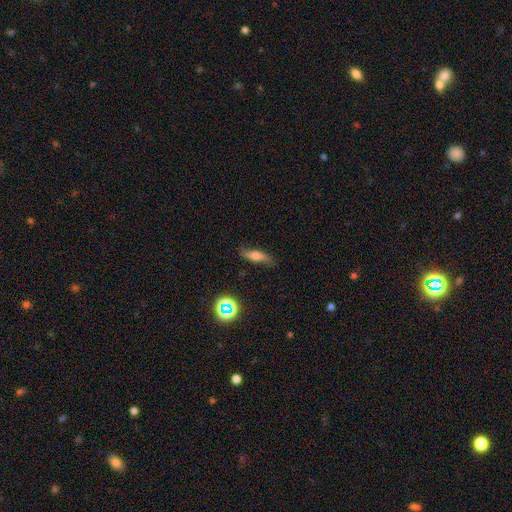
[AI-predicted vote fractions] smooth-or-featured: smooth: 53% | featured or disk: 36% | star or artifact: 11%
  how-rounded: cigar-shaped: 54% | in between: 41% | round: 5%
  merging: none: 75% | minor disturbance: 19% | major disturbance: 4% | merger: 2%